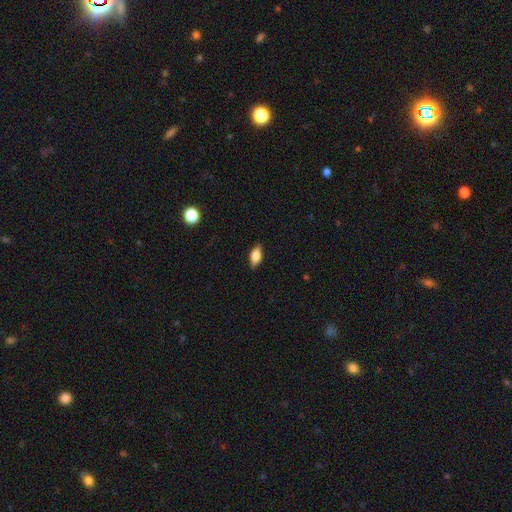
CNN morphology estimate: Smooth or featured? smooth (66%)
How rounded? in between (83%)
Merging? none (85%)